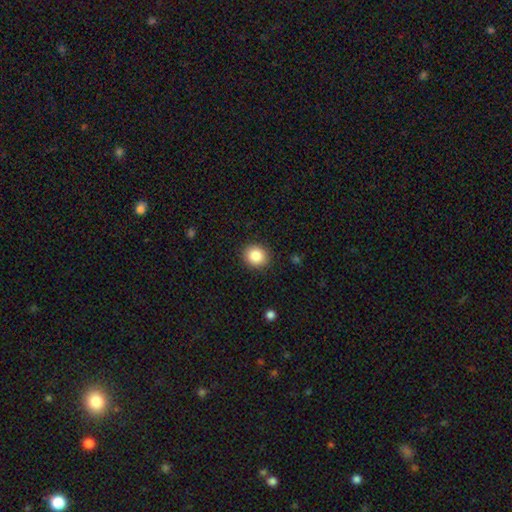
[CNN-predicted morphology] Overall: smooth (86%). How rounded: round (82%). Merging: none (90%).